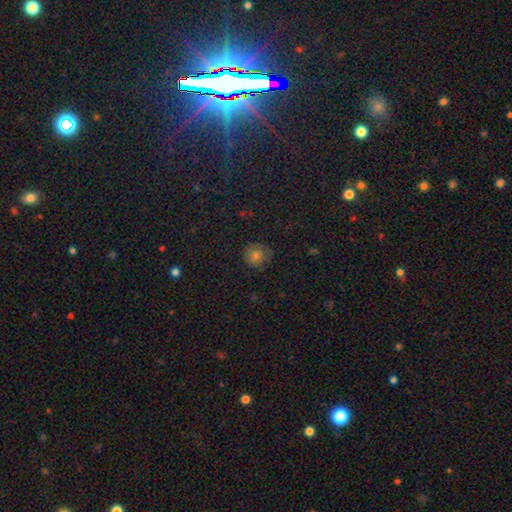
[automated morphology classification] smooth_or_featured: smooth (p=0.73) [alt: star or artifact p=0.18]
how_rounded: round (p=0.91) [alt: in between p=0.08]
merging: none (p=0.80) [alt: minor disturbance p=0.15]